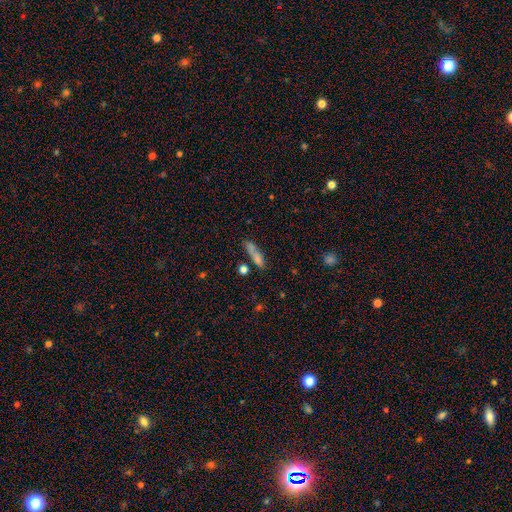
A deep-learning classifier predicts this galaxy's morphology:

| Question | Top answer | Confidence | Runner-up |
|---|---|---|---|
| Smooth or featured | smooth | 73% | featured or disk (15%) |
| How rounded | cigar-shaped | 72% | in between (24%) |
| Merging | none | 56% | merger (19%) |